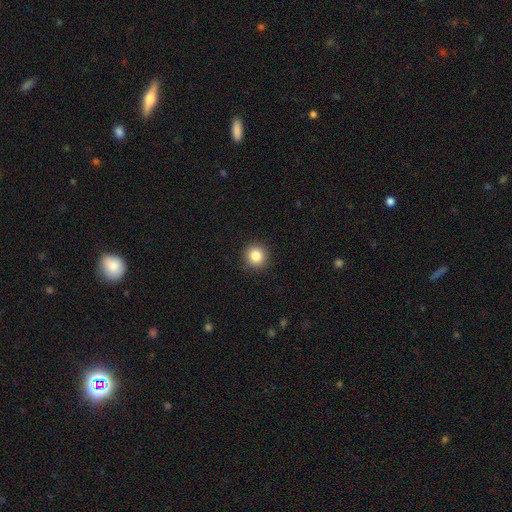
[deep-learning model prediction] smooth_or_featured: smooth (p=0.85) [alt: star or artifact p=0.10]
how_rounded: round (p=0.93) [alt: in between p=0.06]
merging: none (p=0.92) [alt: minor disturbance p=0.06]